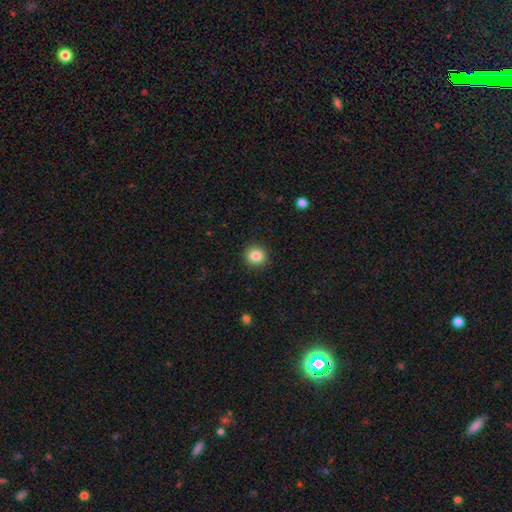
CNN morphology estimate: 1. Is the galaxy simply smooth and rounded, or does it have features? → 85% smooth, 10% star or artifact, 5% featured or disk.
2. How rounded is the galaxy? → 87% round, 12% in between, 1% cigar-shaped.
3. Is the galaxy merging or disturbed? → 91% none, 6% minor disturbance, 2% major disturbance, 1% merger.